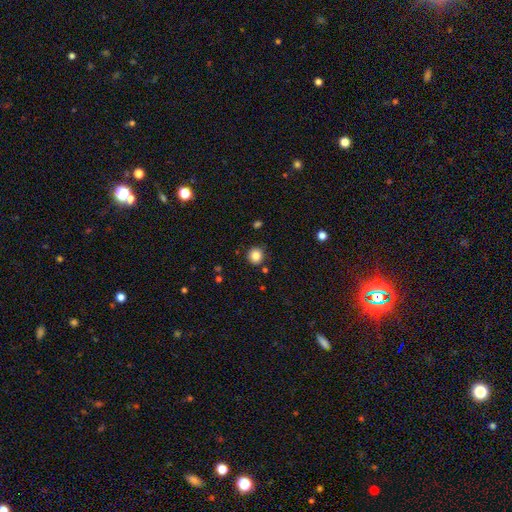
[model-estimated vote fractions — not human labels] smooth 85%, star or artifact 11%, featured or disk 5%. Down the decision tree: how rounded — round (92%); merging — none (88%).